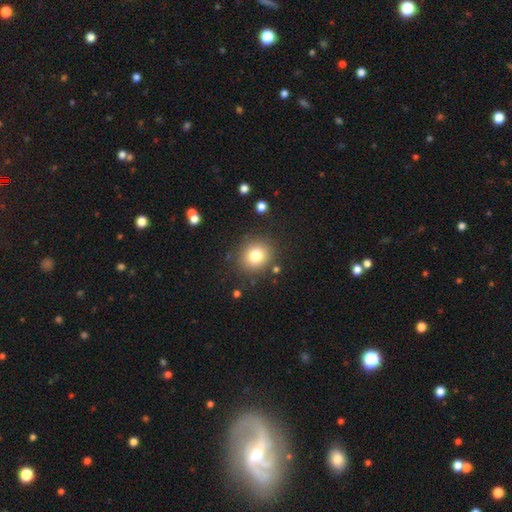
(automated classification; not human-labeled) This is likely a smooth galaxy (79%). How rounded: clearly round (82%). Merging: clearly none (86%).